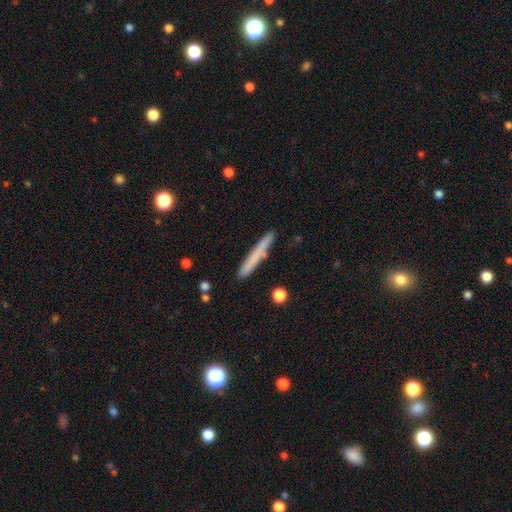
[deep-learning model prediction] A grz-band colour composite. It shows a smooth galaxy with no disk features (68%) that is cigar-shaped (96%). Merging: none (87%).